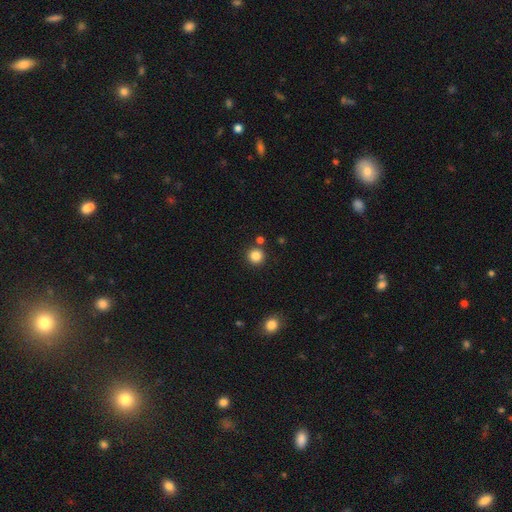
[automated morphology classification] Smooth or featured? smooth (85%)
How rounded? round (95%)
Merging? none (86%)